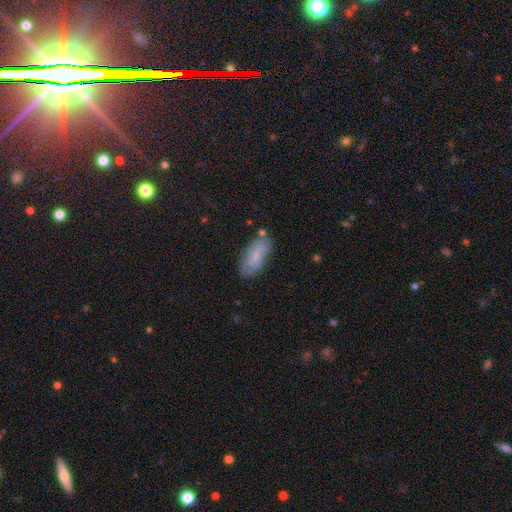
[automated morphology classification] smooth-or-featured: smooth: 59% | featured or disk: 33% | star or artifact: 8%
  how-rounded: in between: 85% | cigar-shaped: 12% | round: 3%
  merging: none: 72% | minor disturbance: 19% | major disturbance: 5% | merger: 5%